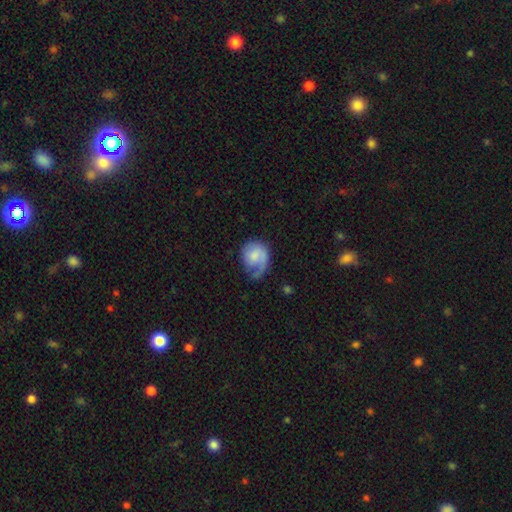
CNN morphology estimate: Overall: smooth (50%; featured or disk 43%). How rounded: round (58%; in between 41%). Merging: none (39%; major disturbance 30%).